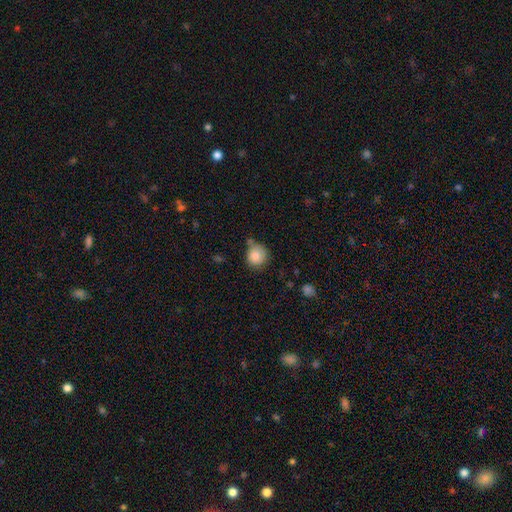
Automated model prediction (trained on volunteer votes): The model was most divided on "merging": none: 68%, minor disturbance: 19%, merger: 9%, major disturbance: 4%. More confident: how rounded — round (89%); smooth or featured — smooth (84%).